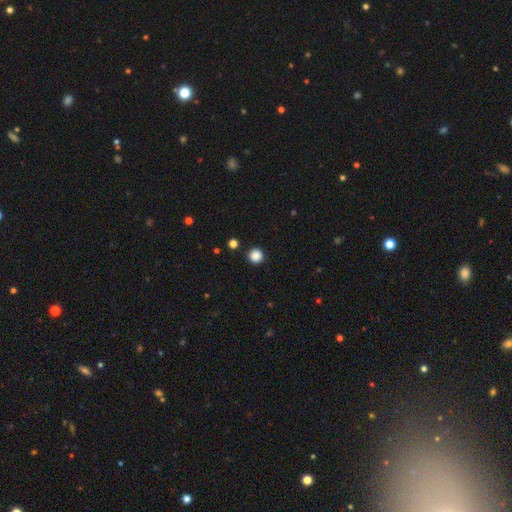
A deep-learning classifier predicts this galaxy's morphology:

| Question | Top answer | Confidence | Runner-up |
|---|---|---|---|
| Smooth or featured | smooth | 87% | star or artifact (11%) |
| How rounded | round | 95% | in between (4%) |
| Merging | none | 92% | minor disturbance (5%) |